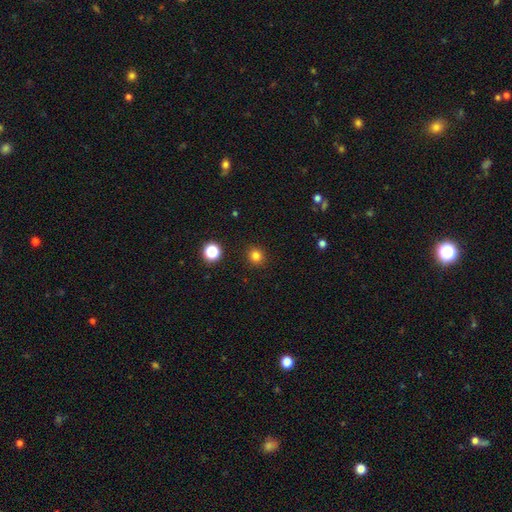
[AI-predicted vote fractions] A smooth galaxy with no disk features (81%) that is round (92%). Merging: none (92%).